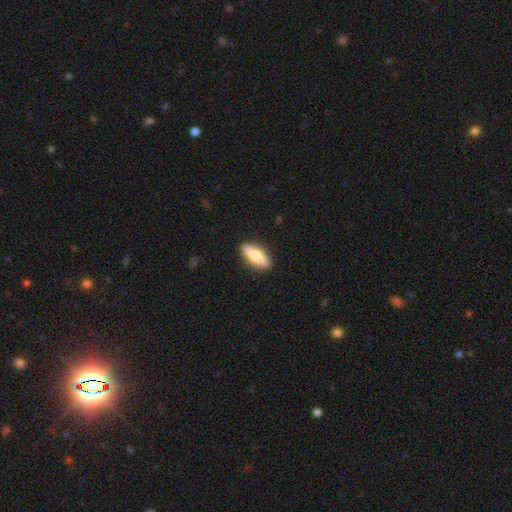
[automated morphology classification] A smooth galaxy with no disk features (63%) that is in between round and cigar-shaped (55%).

Vote fractions:
- Smooth or featured? smooth: 63% / featured or disk: 32% / star or artifact: 5%
- How rounded? in between: 55% / cigar-shaped: 43% / round: 3%
- Merging? none: 89% / minor disturbance: 8% / major disturbance: 2% / merger: 1%